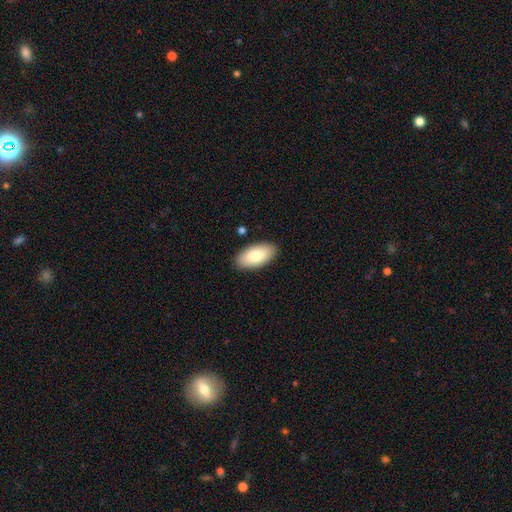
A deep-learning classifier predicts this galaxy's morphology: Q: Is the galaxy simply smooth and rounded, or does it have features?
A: smooth — 83%.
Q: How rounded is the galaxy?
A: in between — 94%.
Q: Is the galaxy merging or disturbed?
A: none — 88%.